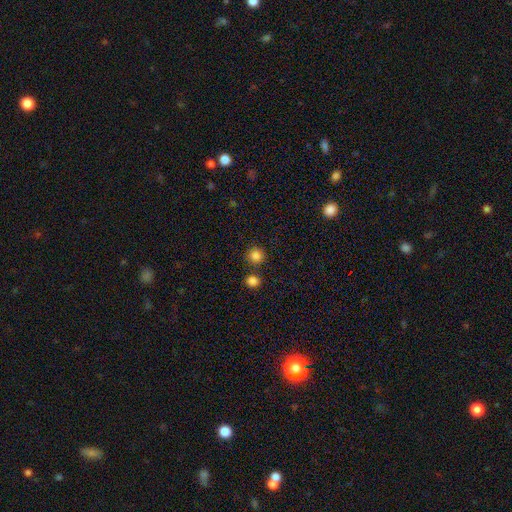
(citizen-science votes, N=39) smooth_or_featured: smooth (p=0.85) [alt: featured or disk p=0.08]
how_rounded: round (p=0.97) [alt: in between p=0.03]
merging: none (p=0.83) [alt: merger p=0.14]